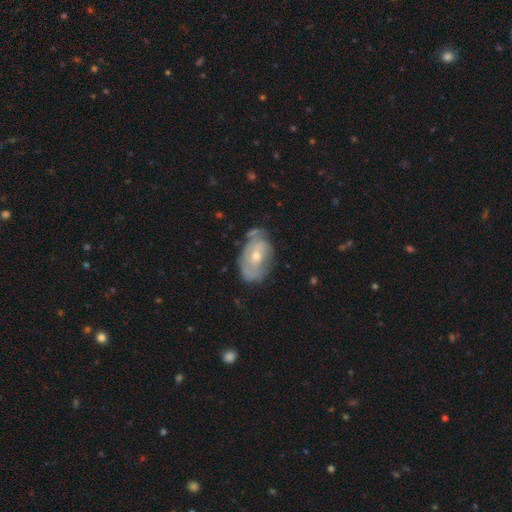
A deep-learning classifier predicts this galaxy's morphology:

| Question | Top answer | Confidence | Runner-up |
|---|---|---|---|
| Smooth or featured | featured or disk | 67% | smooth (26%) |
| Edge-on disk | no | 94% | yes (6%) |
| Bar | no | 68% | weak (26%) |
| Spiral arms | yes | 67% | no (33%) |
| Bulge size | moderate | 53% | small (43%) |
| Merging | none | 56% | minor disturbance (29%) |